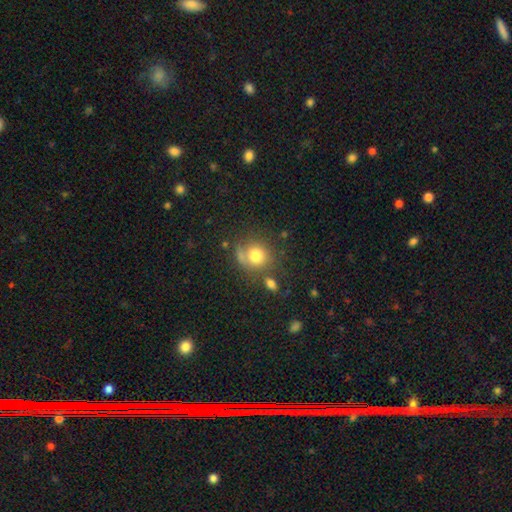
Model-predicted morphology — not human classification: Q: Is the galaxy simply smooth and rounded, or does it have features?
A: smooth — 75%.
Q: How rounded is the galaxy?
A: round — 82%.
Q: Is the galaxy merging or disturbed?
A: none — 57%.